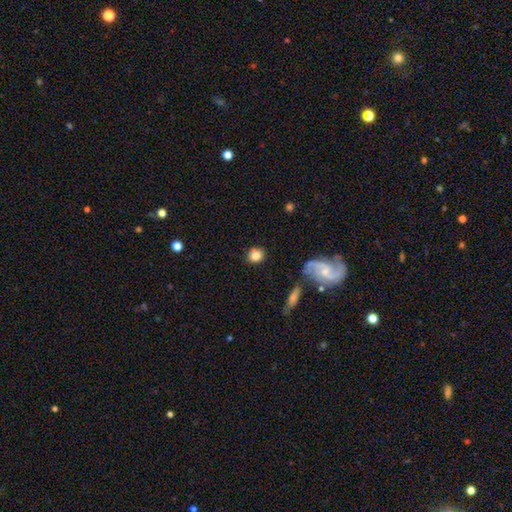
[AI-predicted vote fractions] Smooth or featured? smooth (80%)
How rounded? round (81%)
Merging? none (83%)